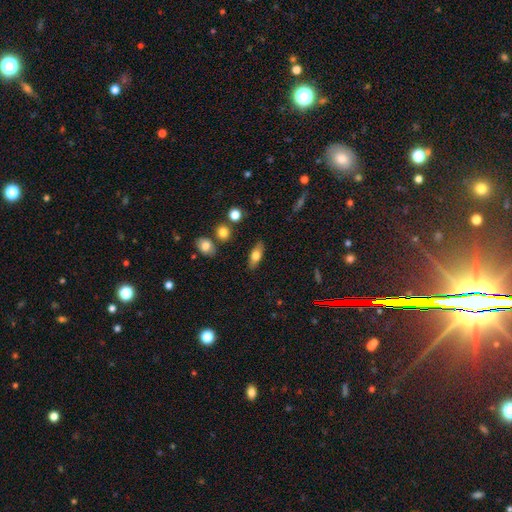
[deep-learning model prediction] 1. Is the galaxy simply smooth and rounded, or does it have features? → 68% smooth, 24% featured or disk, 8% star or artifact.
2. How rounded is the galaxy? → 73% in between, 22% cigar-shaped, 5% round.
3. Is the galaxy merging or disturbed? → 85% none, 10% minor disturbance, 3% major disturbance, 2% merger.